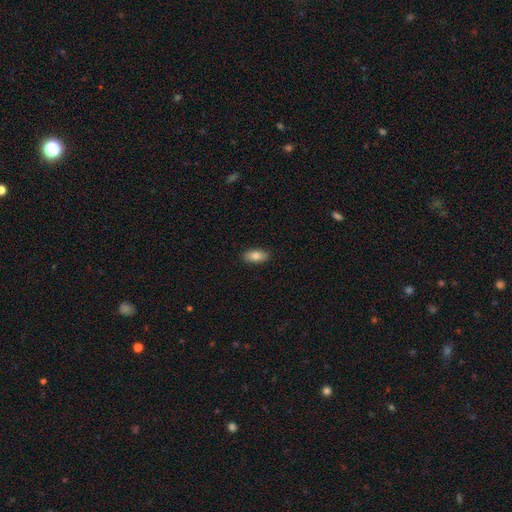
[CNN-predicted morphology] smooth-or-featured: smooth: 84% | featured or disk: 10% | star or artifact: 7%
  how-rounded: in between: 90% | cigar-shaped: 7% | round: 3%
  merging: none: 89% | minor disturbance: 9% | major disturbance: 2% | merger: 1%